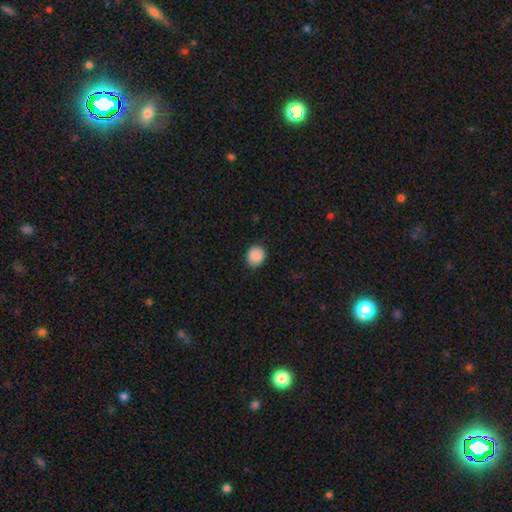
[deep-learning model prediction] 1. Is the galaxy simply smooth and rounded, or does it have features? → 89% smooth, 8% star or artifact, 3% featured or disk.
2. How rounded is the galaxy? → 79% round, 21% in between, 1% cigar-shaped.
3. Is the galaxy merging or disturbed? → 87% none, 10% minor disturbance, 2% major disturbance, 1% merger.